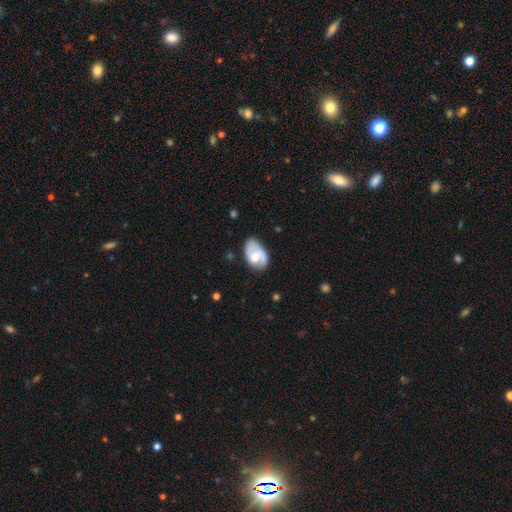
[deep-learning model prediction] The model was most divided on "smooth or featured": featured or disk: 52%, smooth: 41%, star or artifact: 7%. More confident: edge-on disk — no (96%); spiral arms — yes (74%); bar — no (55%); bulge size — moderate (55%); merging — none (51%).